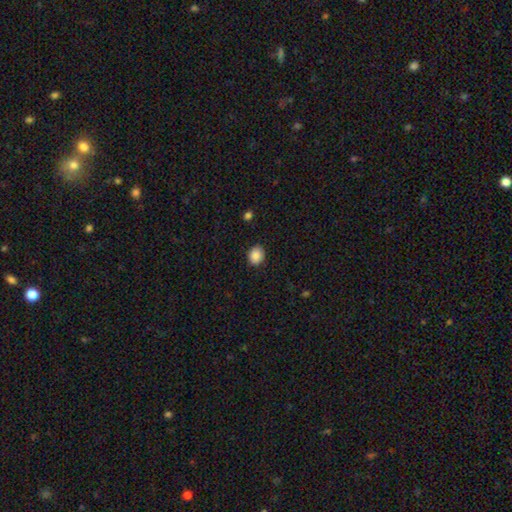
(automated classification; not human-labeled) smooth_or_featured: smooth (p=0.88) [alt: star or artifact p=0.09]
how_rounded: round (p=0.62) [alt: in between p=0.37]
merging: none (p=0.89) [alt: minor disturbance p=0.08]